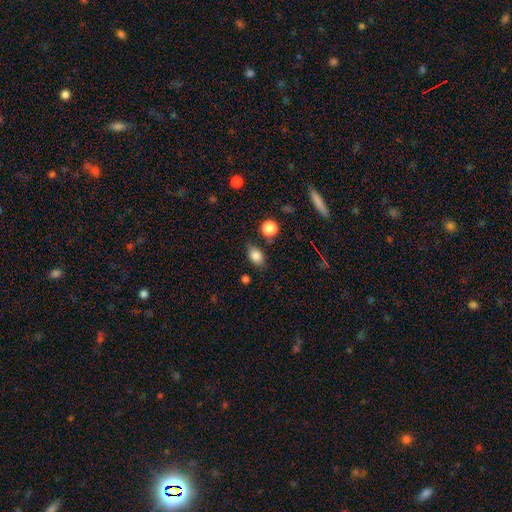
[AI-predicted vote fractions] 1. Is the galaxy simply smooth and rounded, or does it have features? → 84% smooth, 10% star or artifact, 7% featured or disk.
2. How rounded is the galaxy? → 77% in between, 20% round, 2% cigar-shaped.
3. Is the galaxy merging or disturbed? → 75% none, 17% minor disturbance, 5% merger, 4% major disturbance.